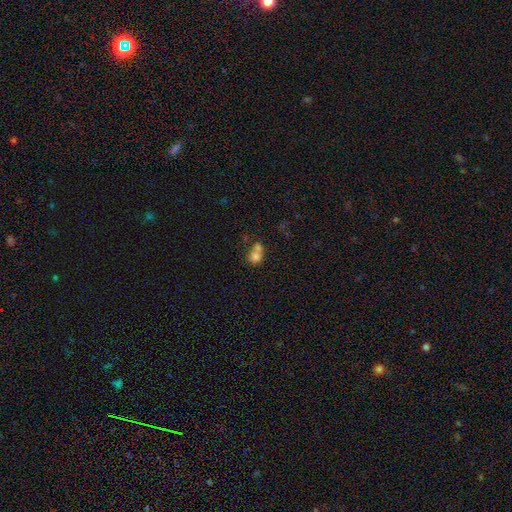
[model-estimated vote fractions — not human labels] Q: Smooth or featured?
A: smooth (73%); runner-up: featured or disk (15%)
Q: How rounded?
A: round (72%); runner-up: in between (27%)
Q: Merging?
A: merger (59%); runner-up: none (30%)